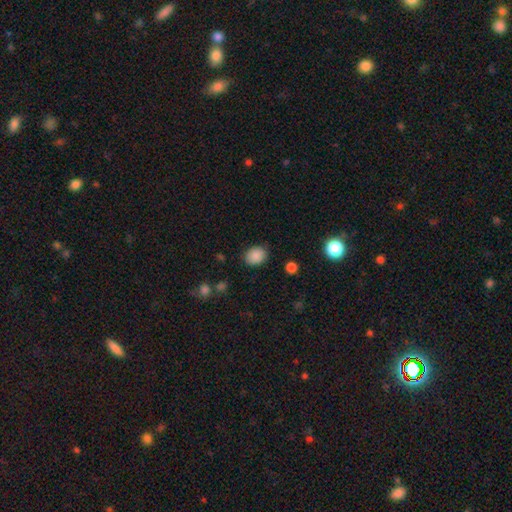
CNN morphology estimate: Smooth or featured? smooth (87%)
How rounded? in between (55%)
Merging? none (83%)